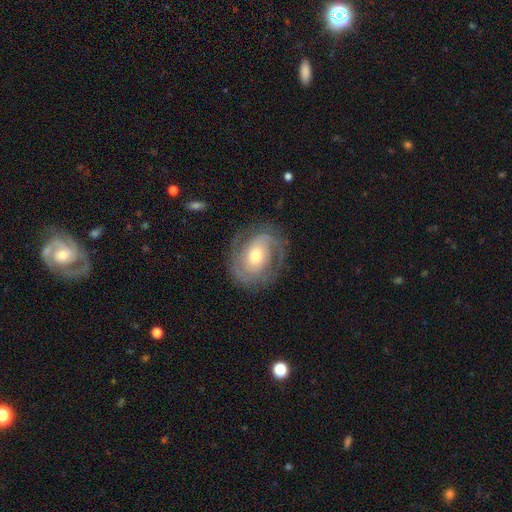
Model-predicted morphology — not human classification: Smooth or featured? Predicted: featured or disk (p=0.81). Edge-on disk? Predicted: no (p=0.97). Bar? Predicted: no (p=0.60). Spiral arms? Predicted: yes (p=0.93). Spiral winding? Predicted: tight (p=0.51). Spiral arm count? Predicted: 2 (p=0.65). Bulge size? Predicted: moderate (p=0.59). Merging? Predicted: none (p=0.76).